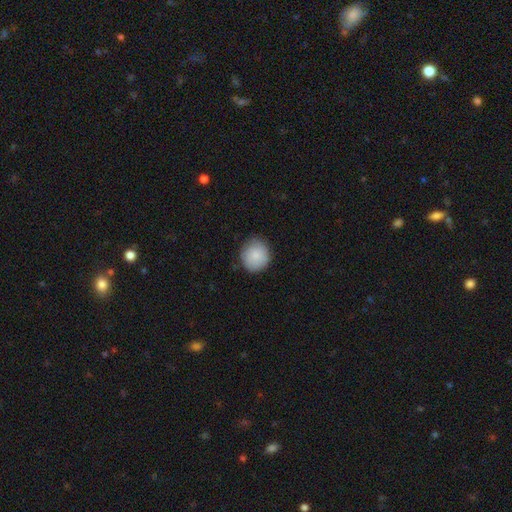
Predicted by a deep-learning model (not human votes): The model was most divided on "merging": none: 82%, minor disturbance: 15%, major disturbance: 3%, merger: 1%. More confident: how rounded — round (88%); smooth or featured — smooth (85%).